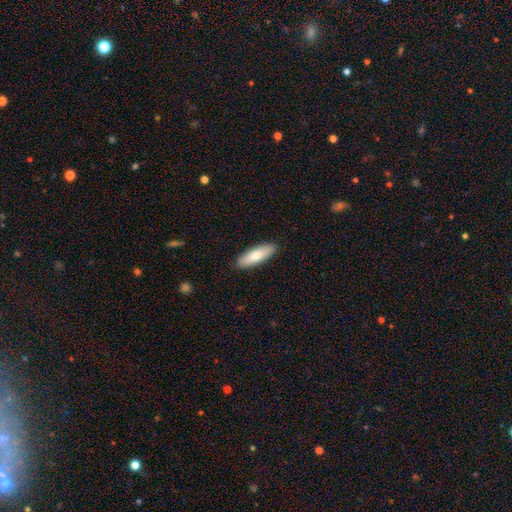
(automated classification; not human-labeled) This is likely a smooth galaxy (78%). How rounded: possibly in between (54%). Merging: clearly none (90%).